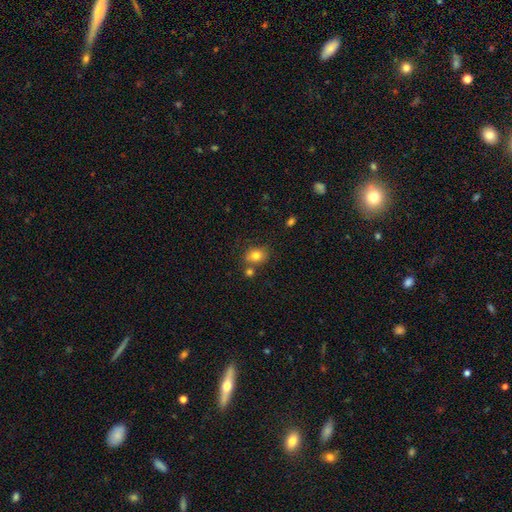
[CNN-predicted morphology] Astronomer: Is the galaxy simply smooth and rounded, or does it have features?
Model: smooth — 78%.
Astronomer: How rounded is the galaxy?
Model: in between — 52% (runner-up: round, 47%).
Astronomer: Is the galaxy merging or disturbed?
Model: none — 64%.